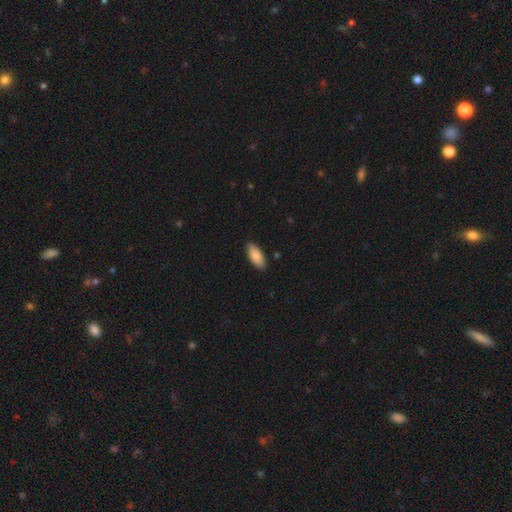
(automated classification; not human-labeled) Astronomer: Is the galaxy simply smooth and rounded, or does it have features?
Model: smooth — 86%.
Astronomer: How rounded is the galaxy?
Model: in between — 84%.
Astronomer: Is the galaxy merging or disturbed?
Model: none — 88%.